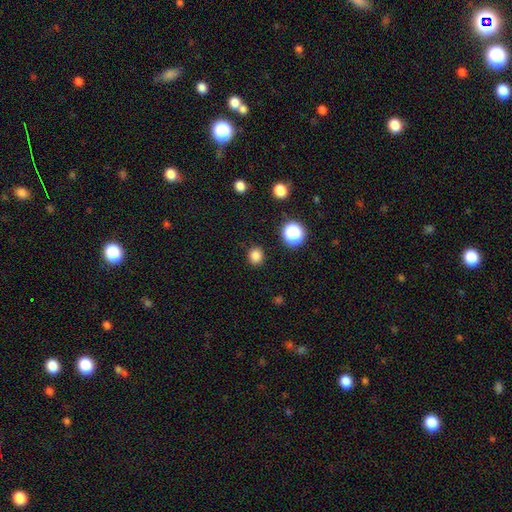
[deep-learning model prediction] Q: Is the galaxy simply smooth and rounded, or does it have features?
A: smooth — 83%.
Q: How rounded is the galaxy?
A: round — 81%.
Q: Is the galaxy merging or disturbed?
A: none — 89%.